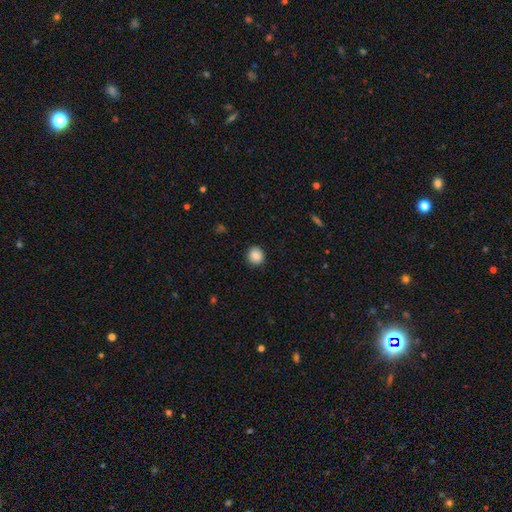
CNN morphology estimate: smooth_or_featured: smooth (p=0.88) [alt: star or artifact p=0.09]
how_rounded: round (p=0.87) [alt: in between p=0.12]
merging: none (p=0.89) [alt: minor disturbance p=0.07]